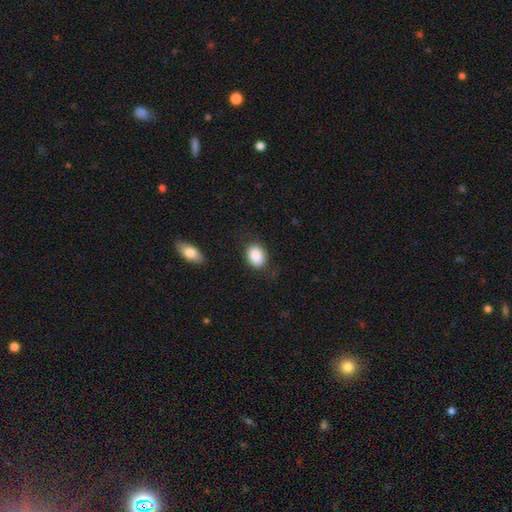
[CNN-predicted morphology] type=smooth (88%); roundness=in between (69%); merging=none (79%).